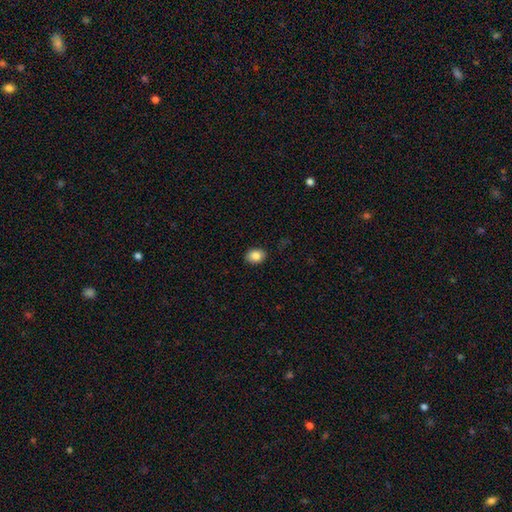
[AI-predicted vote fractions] smooth 84%, star or artifact 8%, featured or disk 8%. Down the decision tree: how rounded — in between (69%); merging — none (89%).